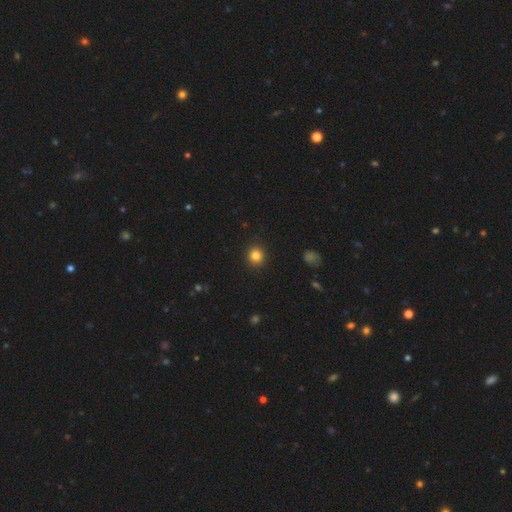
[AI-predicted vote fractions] Morphology: type=smooth (83%); roundness=round (91%); merging=none (92%).